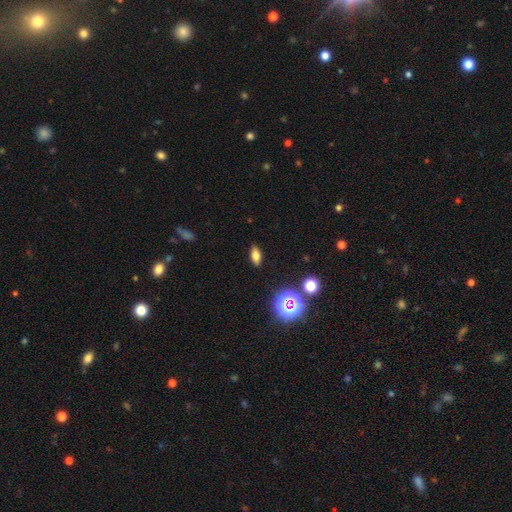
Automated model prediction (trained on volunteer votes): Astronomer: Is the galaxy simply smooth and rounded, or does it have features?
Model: smooth — 69%.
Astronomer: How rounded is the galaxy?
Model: in between — 81%.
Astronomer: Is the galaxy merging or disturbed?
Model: none — 88%.